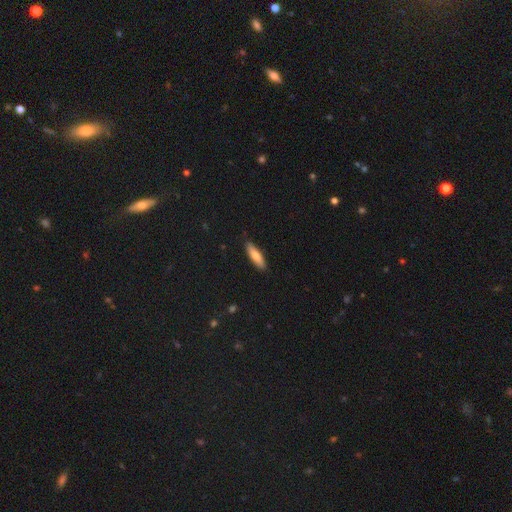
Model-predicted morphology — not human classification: smooth-or-featured: smooth: 75% | featured or disk: 20% | star or artifact: 6%
  how-rounded: cigar-shaped: 65% | in between: 33% | round: 2%
  merging: none: 88% | minor disturbance: 9% | major disturbance: 2% | merger: 1%